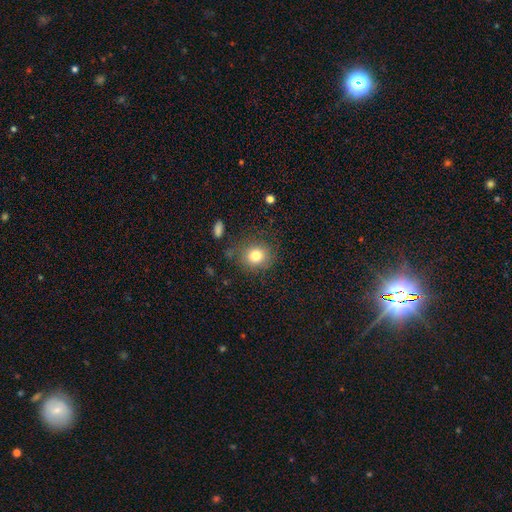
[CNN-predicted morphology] A smooth galaxy with no disk features (80%) that is round (74%).

Vote fractions:
- Smooth or featured? smooth: 80% / star or artifact: 10% / featured or disk: 10%
- How rounded? round: 74% / in between: 25% / cigar-shaped: 1%
- Merging? none: 75% / minor disturbance: 16% / major disturbance: 6% / merger: 3%